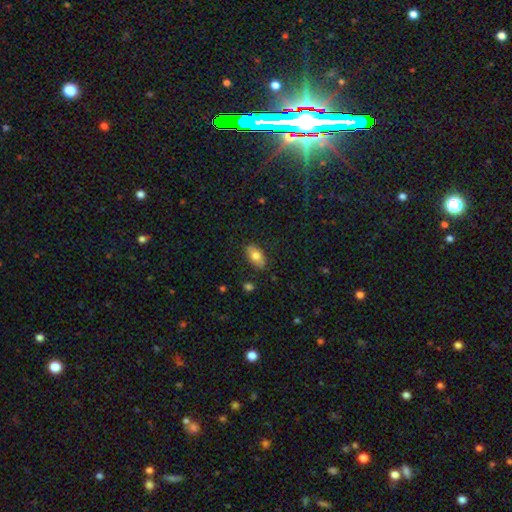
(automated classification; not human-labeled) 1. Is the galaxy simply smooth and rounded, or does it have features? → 75% smooth, 18% featured or disk, 7% star or artifact.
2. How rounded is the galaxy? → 90% in between, 5% cigar-shaped, 5% round.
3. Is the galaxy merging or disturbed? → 84% none, 12% minor disturbance, 2% major disturbance, 1% merger.